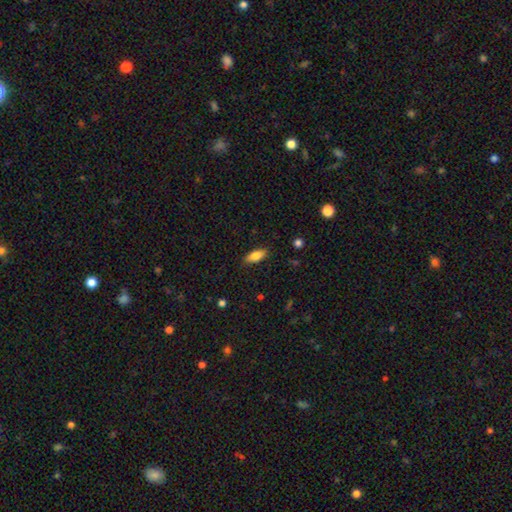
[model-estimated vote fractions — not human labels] A smooth galaxy with no disk features (82%) that is in between round and cigar-shaped (80%).

Vote fractions:
- Smooth or featured? smooth: 82% / featured or disk: 11% / star or artifact: 7%
- How rounded? in between: 80% / cigar-shaped: 18% / round: 3%
- Merging? none: 87% / minor disturbance: 10% / major disturbance: 2% / merger: 1%